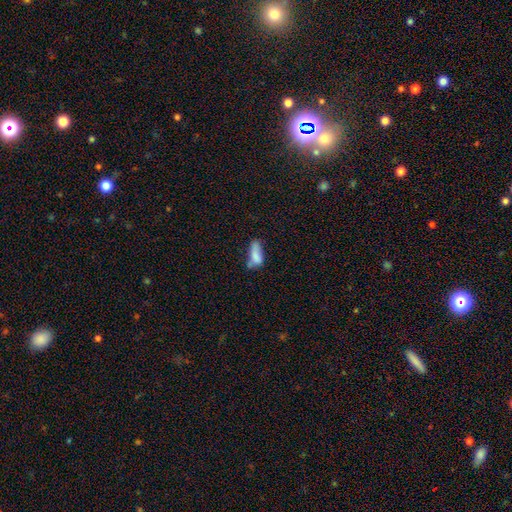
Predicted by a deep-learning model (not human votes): A smooth galaxy with no disk features (77%) that is in between round and cigar-shaped (74%). Merging: minor disturbance (32%).